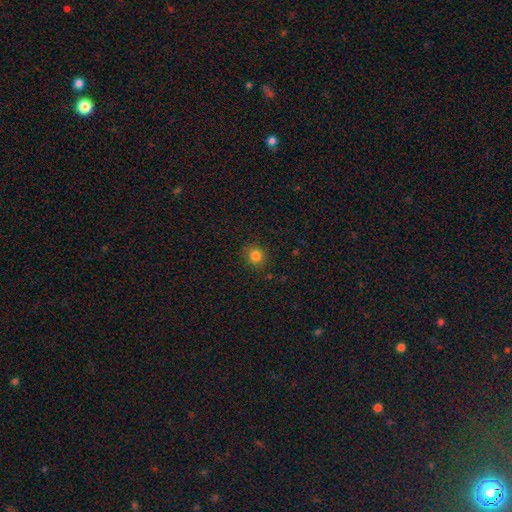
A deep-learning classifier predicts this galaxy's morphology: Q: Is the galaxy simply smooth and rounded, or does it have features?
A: smooth — 82%.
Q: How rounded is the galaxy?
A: round — 92%.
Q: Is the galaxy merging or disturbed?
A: none — 88%.